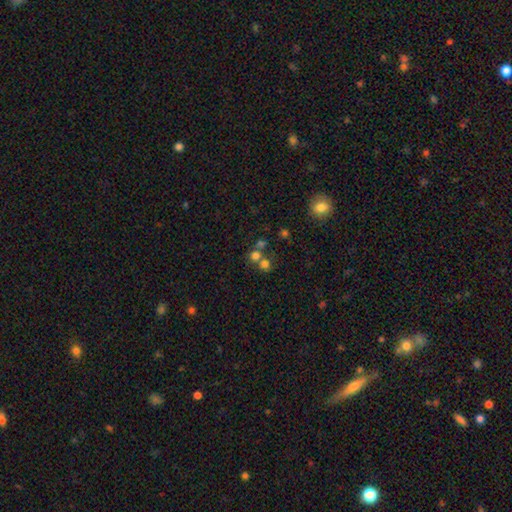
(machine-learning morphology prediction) A smooth galaxy with no disk features (68%) that is round (82%).

Vote fractions:
- Smooth or featured? smooth: 68% / star or artifact: 20% / featured or disk: 12%
- How rounded? round: 82% / in between: 17% / cigar-shaped: 1%
- Merging? none: 45% (tied) / merger: 45% (tied) / minor disturbance: 6% / major disturbance: 4%